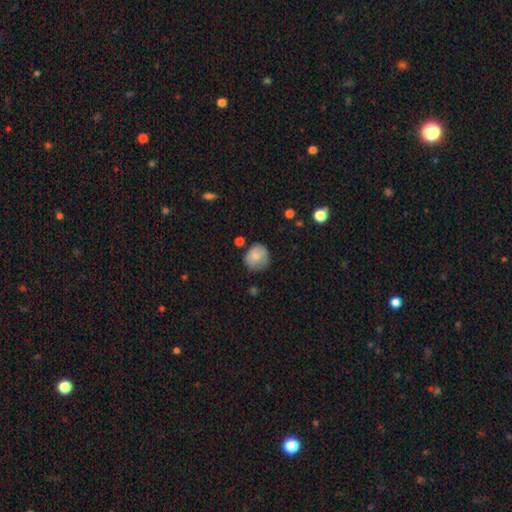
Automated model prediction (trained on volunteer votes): Q: Smooth or featured?
A: smooth (80%); runner-up: featured or disk (12%)
Q: How rounded?
A: round (85%); runner-up: in between (14%)
Q: Merging?
A: none (69%); runner-up: minor disturbance (22%)